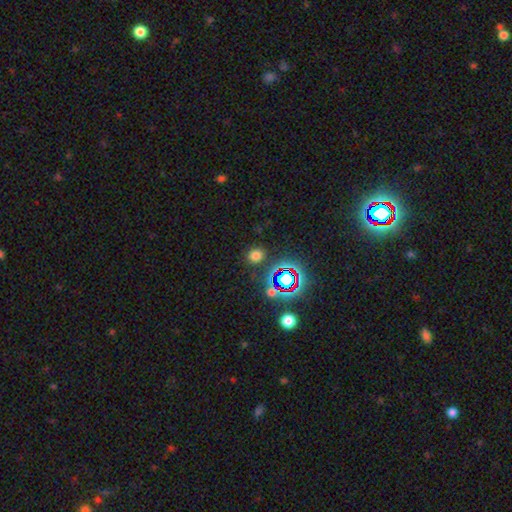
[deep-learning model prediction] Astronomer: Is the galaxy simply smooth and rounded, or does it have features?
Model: smooth — 67%.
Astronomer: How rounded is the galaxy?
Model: round — 73%.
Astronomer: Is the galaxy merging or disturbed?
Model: none — 85%.